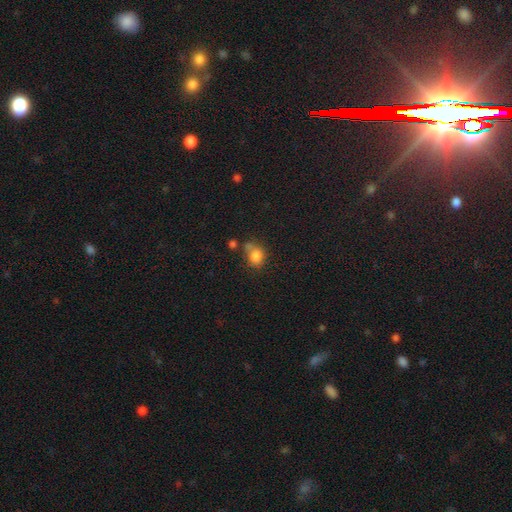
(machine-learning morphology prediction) This is clearly a smooth galaxy (81%). How rounded: possibly round (57%). Merging: possibly none (50%).